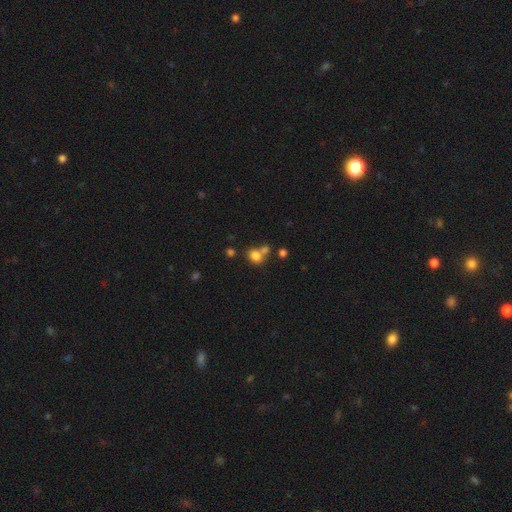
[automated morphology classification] Smooth or featured? smooth (78%)
How rounded? round (53%)
Merging? none (47%)